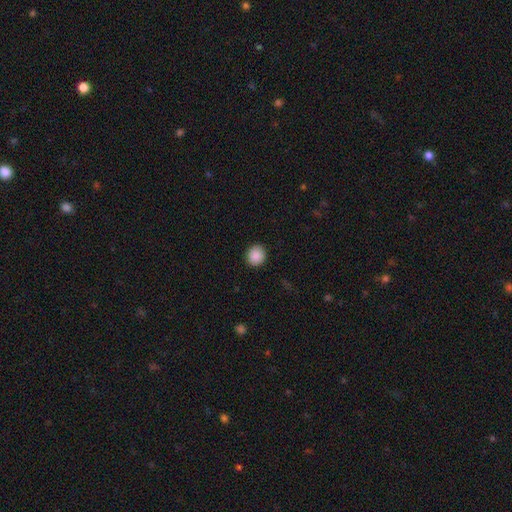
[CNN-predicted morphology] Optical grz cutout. It shows a smooth galaxy with no disk features (89%) that is round (86%). Merging: none (91%).